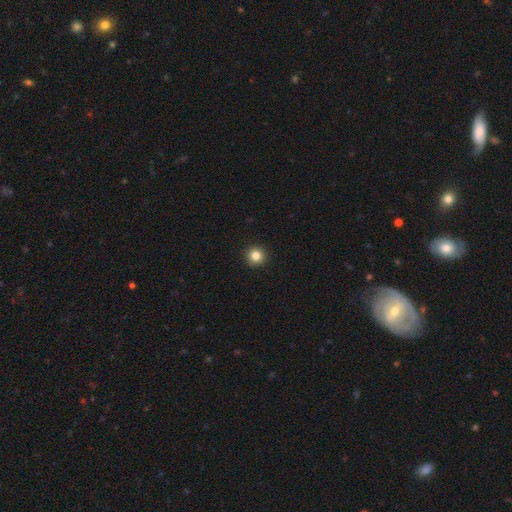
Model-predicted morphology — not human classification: type=smooth (84%); roundness=round (95%); merging=none (94%).